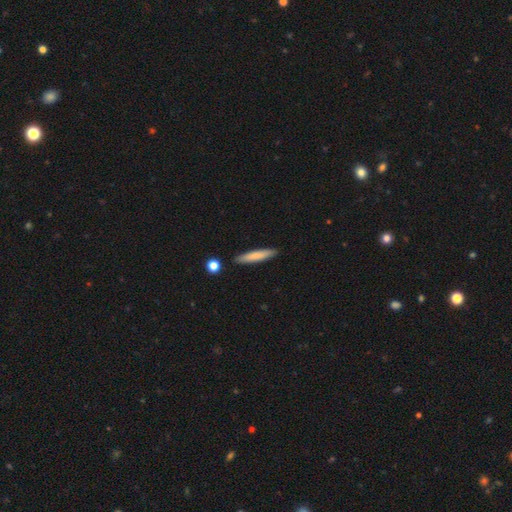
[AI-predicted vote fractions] Overall: smooth (78%). How rounded: cigar-shaped (90%). Merging: none (89%).